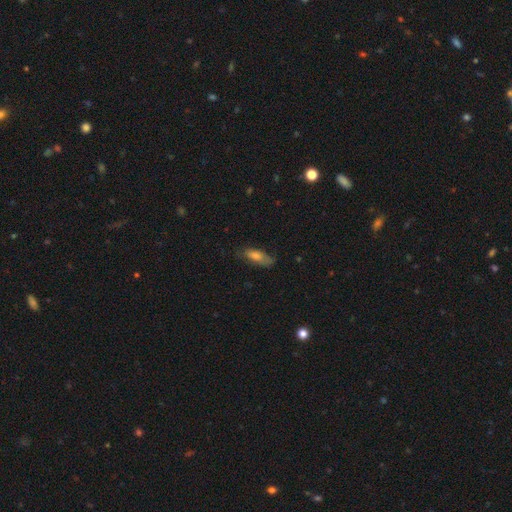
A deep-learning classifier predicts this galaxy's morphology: Q: Smooth or featured?
A: smooth (62%); runner-up: featured or disk (28%)
Q: How rounded?
A: in between (62%); runner-up: cigar-shaped (35%)
Q: Merging?
A: none (66%); runner-up: minor disturbance (25%)